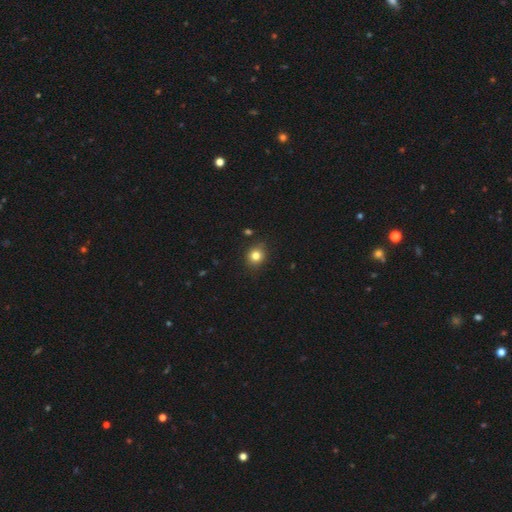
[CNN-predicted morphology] Smooth or featured?
  - smooth: 82% *
  - star or artifact: 12%
  - featured or disk: 7%
How rounded?
  - round: 72% *
  - in between: 28%
  - cigar-shaped: 1%
Merging?
  - none: 86% *
  - minor disturbance: 11%
  - major disturbance: 2%
  - merger: 2%